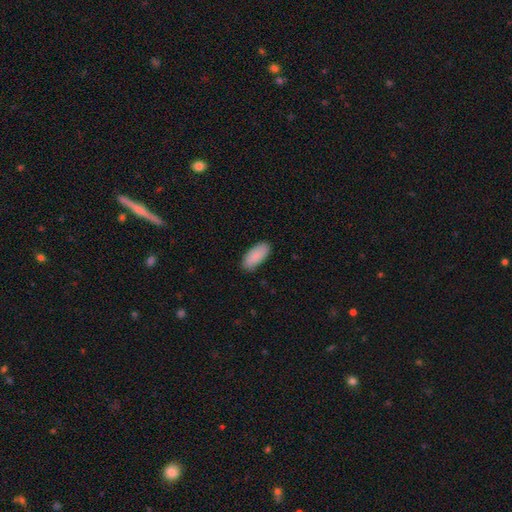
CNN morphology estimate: This is clearly a smooth galaxy (90%). How rounded: clearly in between (89%). Merging: clearly none (86%).